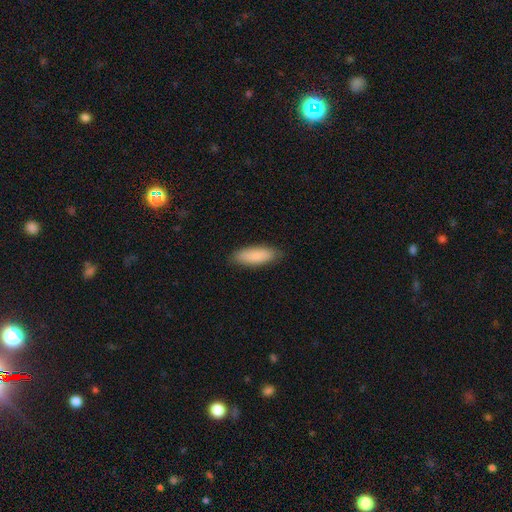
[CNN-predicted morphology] This appears to be a smooth galaxy with no disk features (88%) that is in between round and cigar-shaped (63%). Merging: none (87%).